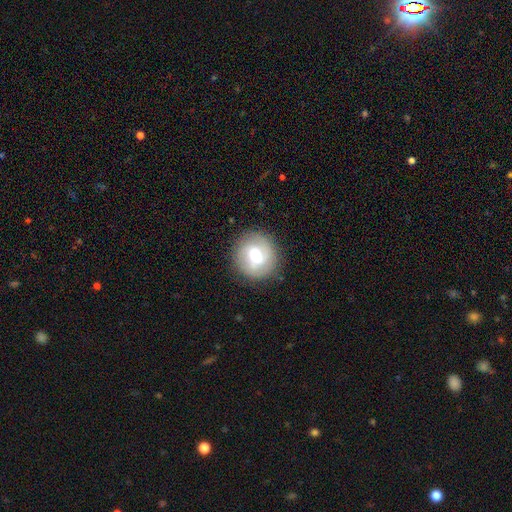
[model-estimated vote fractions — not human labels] smooth 53%, featured or disk 38%, star or artifact 9%. Down the decision tree: how rounded — round (90%); merging — none (85%).